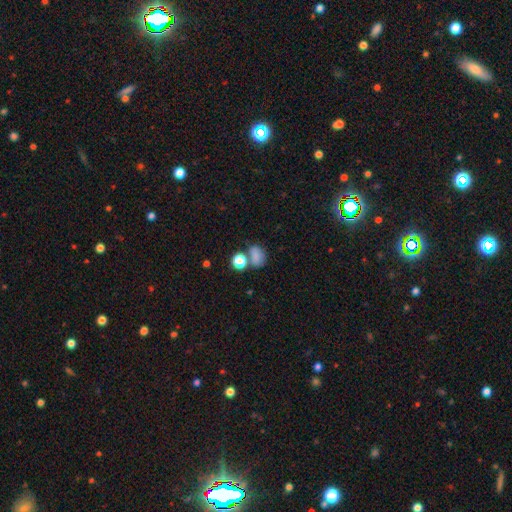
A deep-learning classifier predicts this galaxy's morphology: smooth_or_featured: smooth (p=0.77) [alt: star or artifact p=0.15]
how_rounded: in between (p=0.63) [alt: round p=0.35]
merging: none (p=0.48) [alt: merger p=0.28]